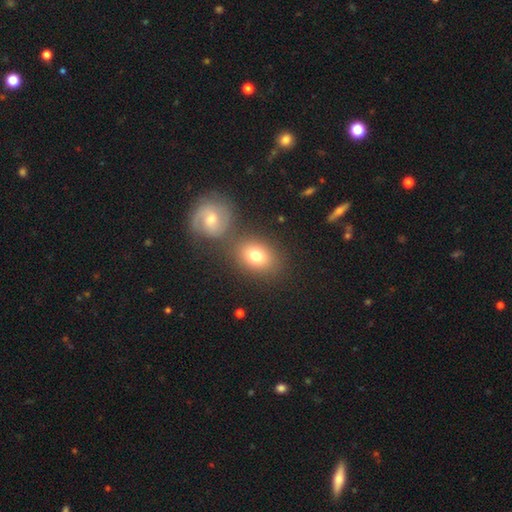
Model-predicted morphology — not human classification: The model was most divided on "how rounded": in between: 59%, round: 40%, cigar-shaped: 1%. More confident: smooth or featured — smooth (77%); merging — none (66%).